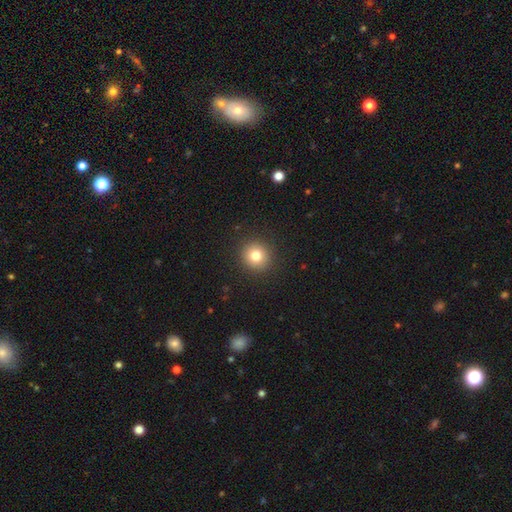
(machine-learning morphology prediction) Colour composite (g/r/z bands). It shows a smooth galaxy with no disk features (80%) that is round (92%). Merging: none (92%).